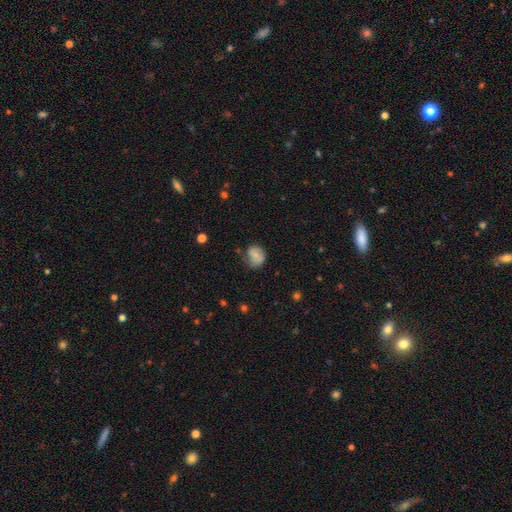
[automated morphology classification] Smooth or featured? smooth (70%)
How rounded? round (67%)
Merging? none (56%)